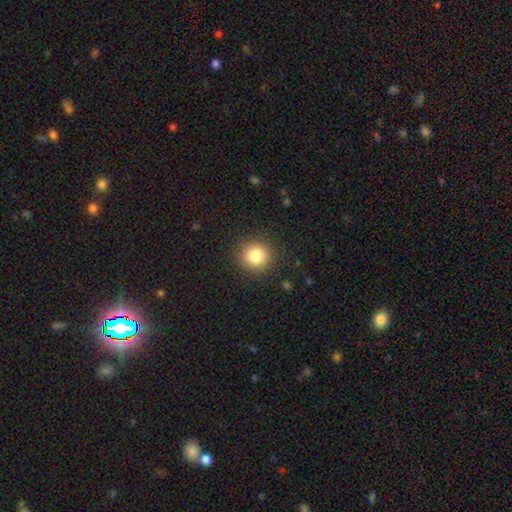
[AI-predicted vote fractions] Smooth or featured? smooth (84%)
How rounded? round (91%)
Merging? none (90%)